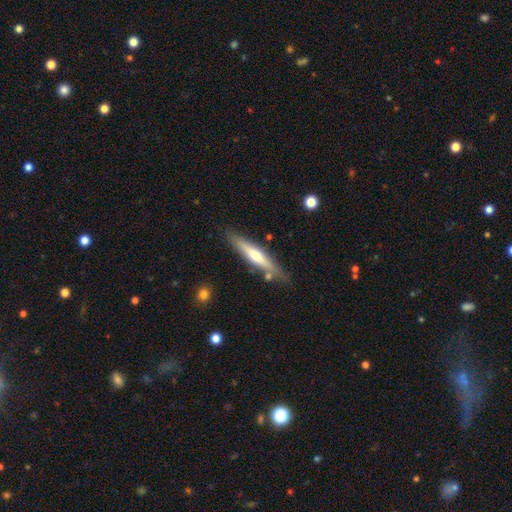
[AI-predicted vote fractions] A featured or disk galaxy (52%) viewed edge-on (92%). Merging: none (79%).